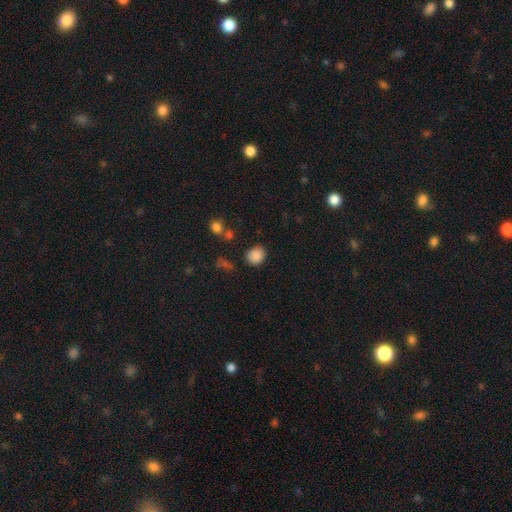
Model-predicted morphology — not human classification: type=smooth (86%); roundness=round (74%); merging=none (84%).